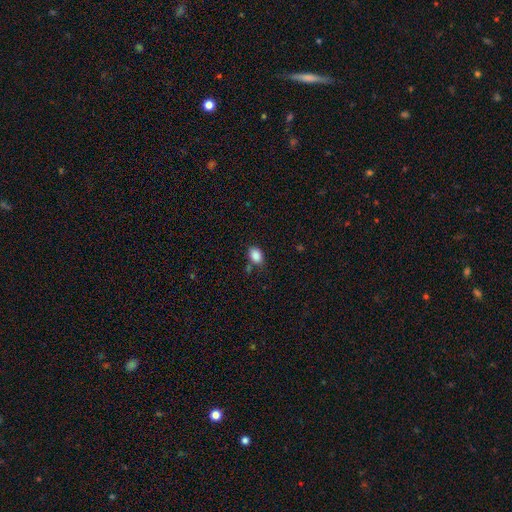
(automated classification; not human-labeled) Smooth or featured? smooth (88%)
How rounded? in between (77%)
Merging? none (74%)